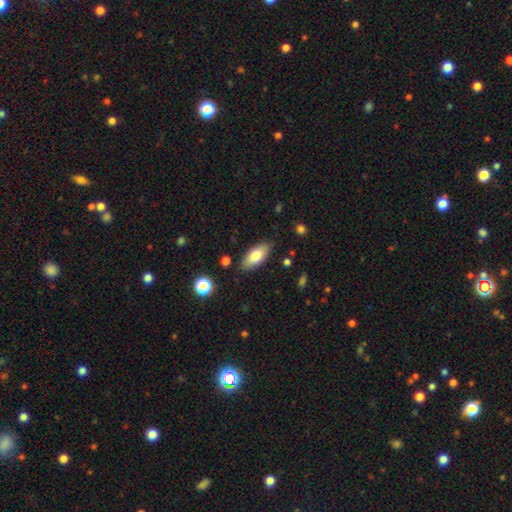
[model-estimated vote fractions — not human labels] Overall: smooth (78%). How rounded: in between (86%). Merging: none (85%).